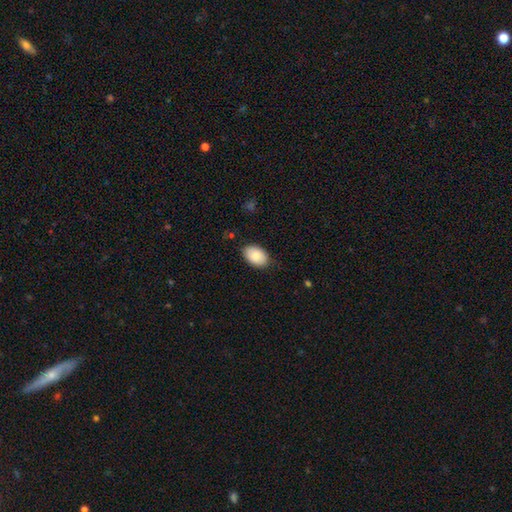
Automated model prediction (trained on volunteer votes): smooth_or_featured: smooth (p=0.83) [alt: featured or disk p=0.11]
how_rounded: in between (p=0.89) [alt: round p=0.10]
merging: none (p=0.83) [alt: minor disturbance p=0.13]